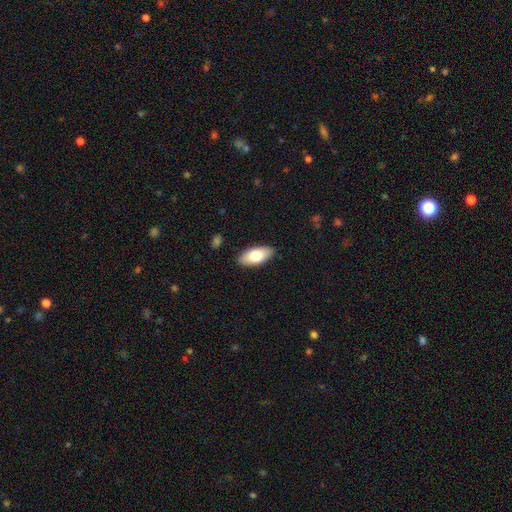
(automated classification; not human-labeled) smooth_or_featured: smooth (p=0.76) [alt: featured or disk p=0.18]
how_rounded: in between (p=0.89) [alt: cigar-shaped p=0.08]
merging: none (p=0.89) [alt: minor disturbance p=0.09]